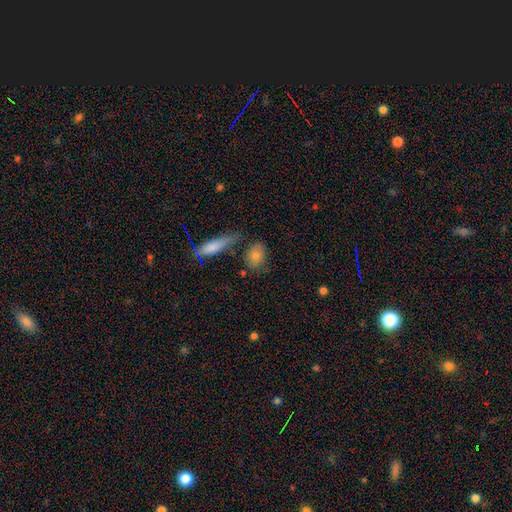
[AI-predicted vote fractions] Smooth or featured? Predicted: smooth (p=0.78). How rounded? Predicted: in between (p=0.62). Merging? Predicted: none (p=0.68).